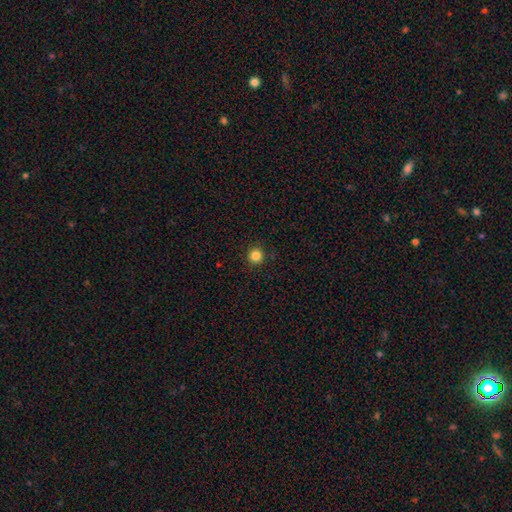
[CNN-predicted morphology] Q: Smooth or featured?
A: smooth (84%); runner-up: star or artifact (12%)
Q: How rounded?
A: round (96%); runner-up: in between (3%)
Q: Merging?
A: none (92%); runner-up: minor disturbance (5%)